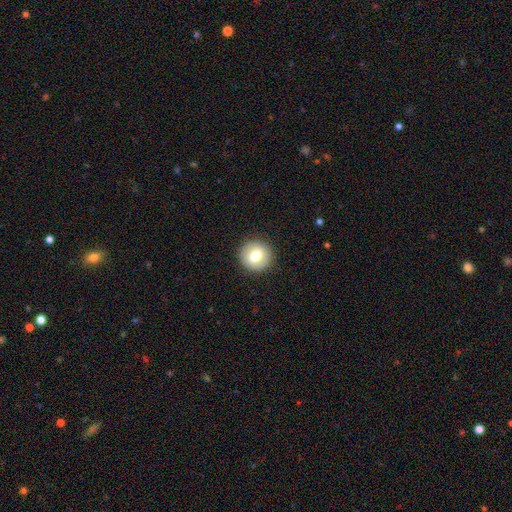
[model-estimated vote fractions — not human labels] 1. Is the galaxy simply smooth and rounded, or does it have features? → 70% smooth, 22% featured or disk, 8% star or artifact.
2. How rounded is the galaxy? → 90% round, 9% in between, 1% cigar-shaped.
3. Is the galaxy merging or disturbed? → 90% none, 7% minor disturbance, 2% major disturbance, 1% merger.